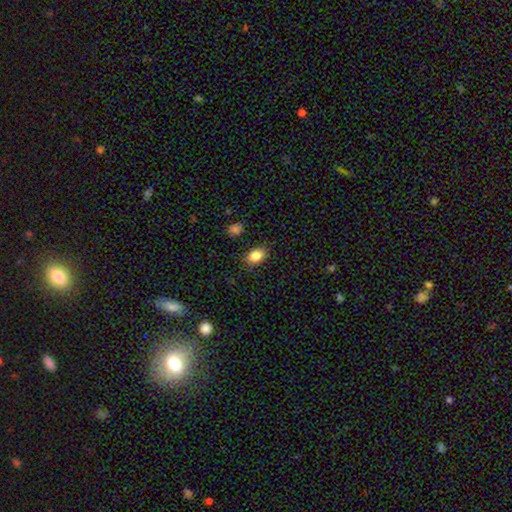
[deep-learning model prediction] smooth-or-featured: smooth: 86% | star or artifact: 9% | featured or disk: 5%
  how-rounded: in between: 81% | round: 17% | cigar-shaped: 1%
  merging: none: 85% | minor disturbance: 11% | major disturbance: 3% | merger: 2%